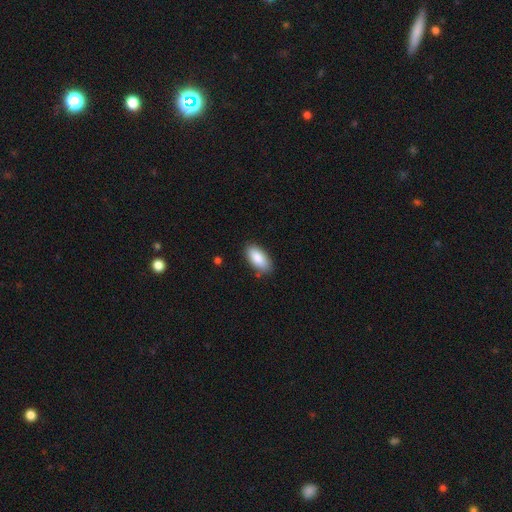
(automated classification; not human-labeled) This is clearly a smooth galaxy (88%). How rounded: clearly in between (90%). Merging: clearly none (83%).